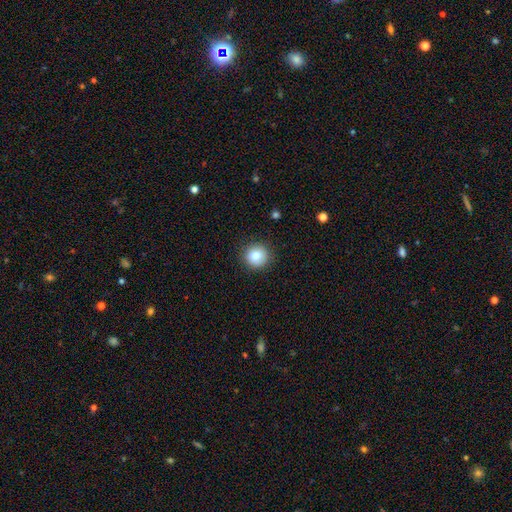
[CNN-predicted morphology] This is clearly a smooth galaxy (82%). How rounded: clearly round (93%). Merging: clearly none (90%).